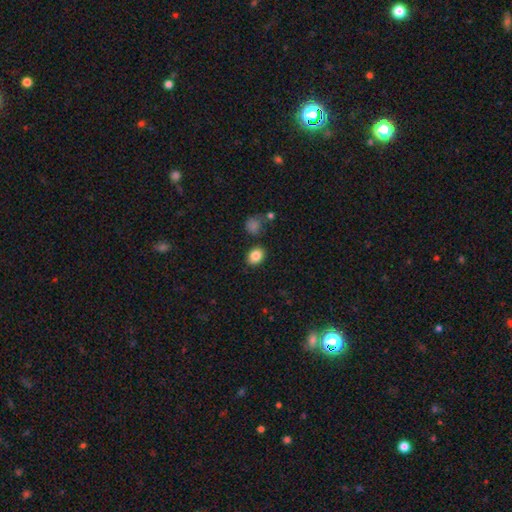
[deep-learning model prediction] Overall: smooth (85%). How rounded: in between (58%; round 41%). Merging: none (82%).